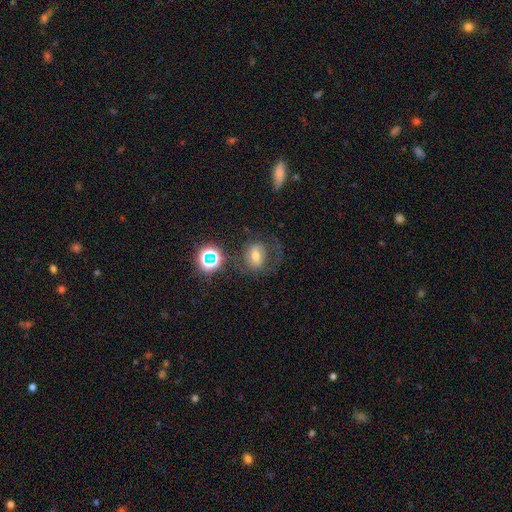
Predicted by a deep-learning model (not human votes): smooth-or-featured: smooth: 42% | featured or disk: 41% | star or artifact: 17%
  merging: none: 52% | major disturbance: 23% | minor disturbance: 19% | merger: 5%